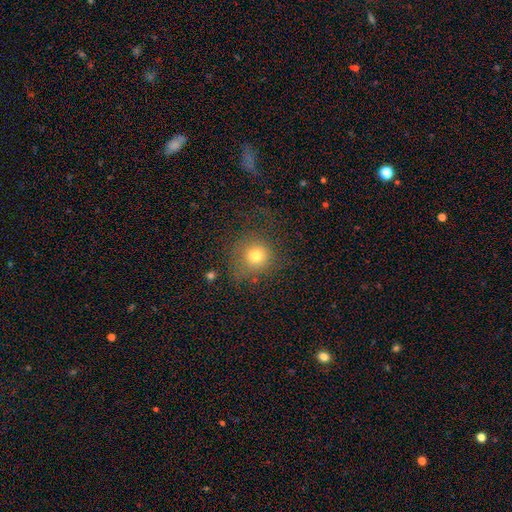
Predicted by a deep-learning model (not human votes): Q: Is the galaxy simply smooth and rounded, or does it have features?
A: smooth — 75%.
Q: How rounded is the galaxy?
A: round — 91%.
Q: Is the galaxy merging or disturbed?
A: none — 70%.